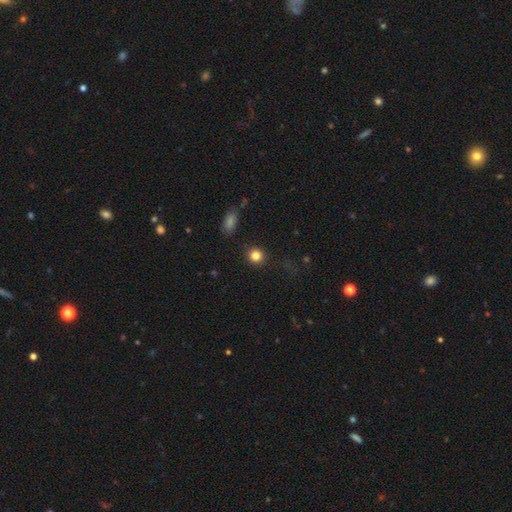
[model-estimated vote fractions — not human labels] A smooth galaxy with no disk features (83%) that is round (90%).

Vote fractions:
- Smooth or featured? smooth: 83% / star or artifact: 12% / featured or disk: 5%
- How rounded? round: 90% / in between: 9% / cigar-shaped: 1%
- Merging? none: 89% / minor disturbance: 7% / major disturbance: 2% / merger: 2%